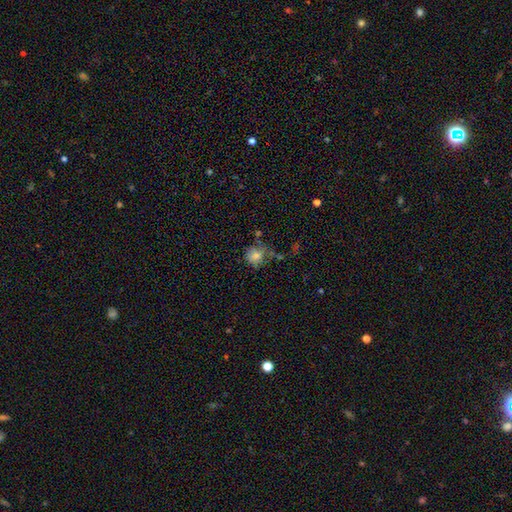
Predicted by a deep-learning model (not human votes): smooth-or-featured: smooth: 67% | featured or disk: 18% | star or artifact: 15%
  how-rounded: round: 80% | in between: 19% | cigar-shaped: 1%
  merging: none: 58% | minor disturbance: 24% | major disturbance: 10% | merger: 9%